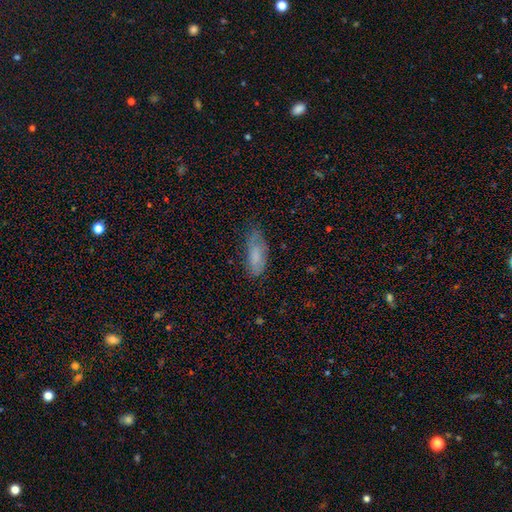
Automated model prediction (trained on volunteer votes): A smooth galaxy with no disk features (71%) that is in between round and cigar-shaped (76%).

Vote fractions:
- Smooth or featured? smooth: 71% / featured or disk: 20% / star or artifact: 9%
- How rounded? in between: 76% / cigar-shaped: 22% / round: 2%
- Merging? none: 55% / minor disturbance: 33% / major disturbance: 11% / merger: 2%